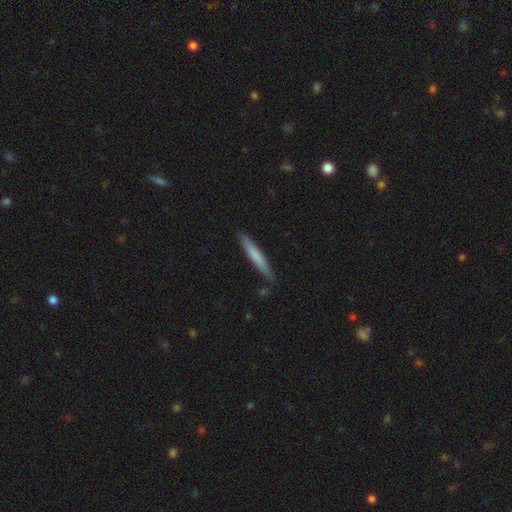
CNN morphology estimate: A smooth galaxy with no disk features (69%) that is cigar-shaped (95%).

Vote fractions:
- Smooth or featured? smooth: 69% / featured or disk: 26% / star or artifact: 5%
- How rounded? cigar-shaped: 95% / in between: 4% / round: 1%
- Merging? none: 87% / minor disturbance: 10% / major disturbance: 2% / merger: 2%